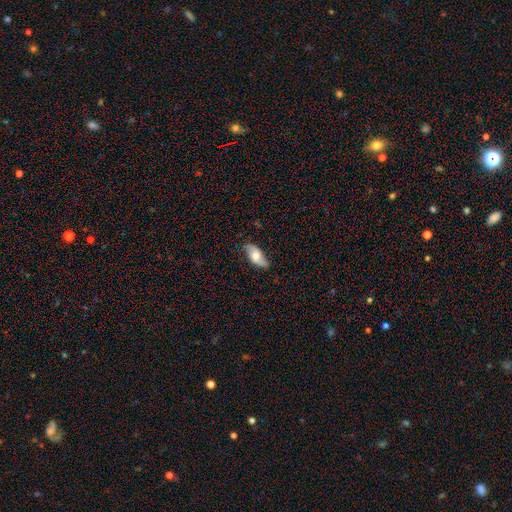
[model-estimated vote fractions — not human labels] The model was most divided on "smooth or featured": featured or disk: 47%, smooth: 46%, star or artifact: 7%. More confident: merging — none (77%).